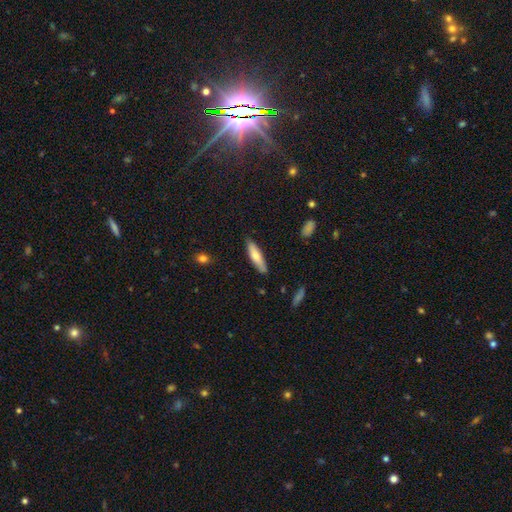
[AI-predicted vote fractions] The model was most divided on "smooth or featured": smooth: 67%, featured or disk: 27%, star or artifact: 6%. More confident: merging — none (86%); how rounded — cigar-shaped (73%).